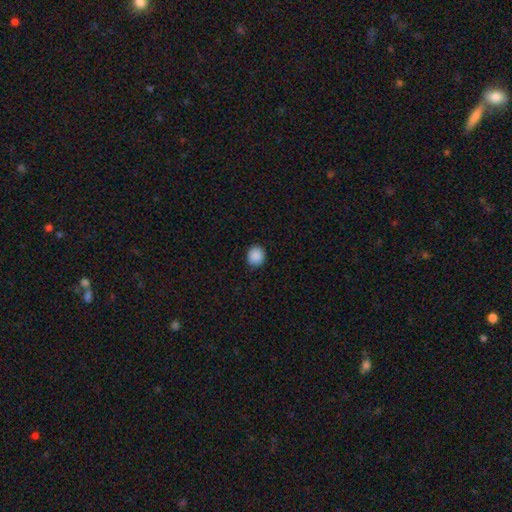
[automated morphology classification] Overall: smooth (89%). How rounded: round (82%). Merging: none (87%).